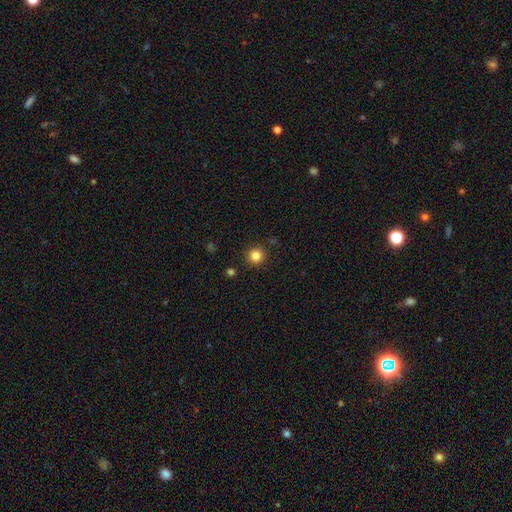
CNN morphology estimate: A smooth galaxy with no disk features (83%) that is round (95%). Merging: none (90%).